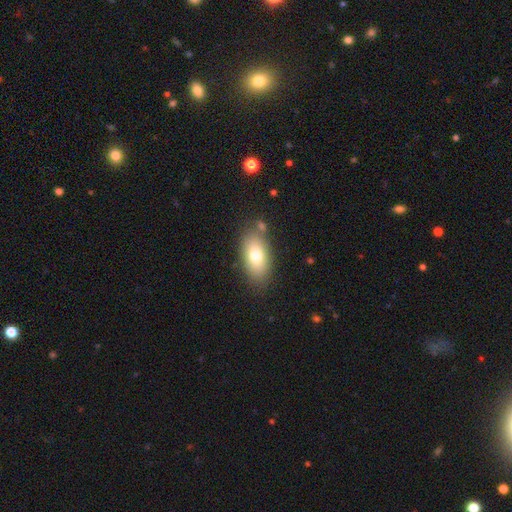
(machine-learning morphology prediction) Smooth or featured? smooth (75%)
How rounded? in between (91%)
Merging? none (77%)